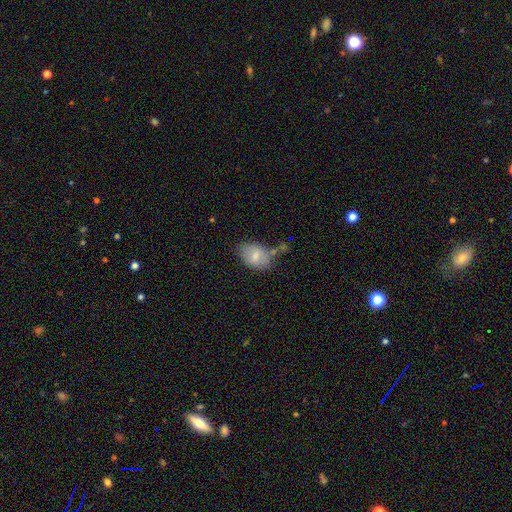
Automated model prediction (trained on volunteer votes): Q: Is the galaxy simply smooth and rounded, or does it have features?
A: smooth — 73%.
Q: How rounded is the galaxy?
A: in between — 81%.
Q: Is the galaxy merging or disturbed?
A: none — 49%.